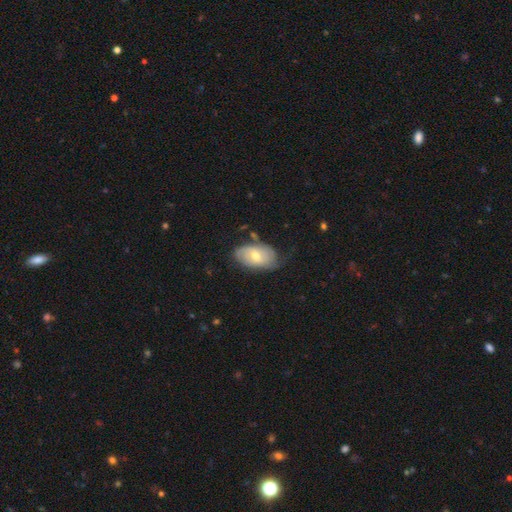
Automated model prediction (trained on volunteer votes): Smooth or featured? featured or disk (54%)
Edge-on disk? no (93%)
Bar? no (60%)
Spiral arms? yes (76%)
Bulge size? moderate (62%)
Merging? none (59%)